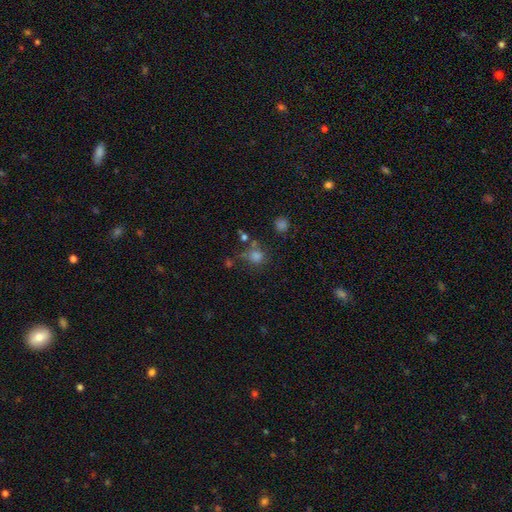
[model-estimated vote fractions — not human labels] A smooth galaxy with no disk features (66%) that is round (82%).

Vote fractions:
- Smooth or featured? smooth: 66% / star or artifact: 25% / featured or disk: 9%
- How rounded? round: 82% / in between: 17% / cigar-shaped: 1%
- Merging? none: 64% / minor disturbance: 14% / merger: 14% / major disturbance: 8%